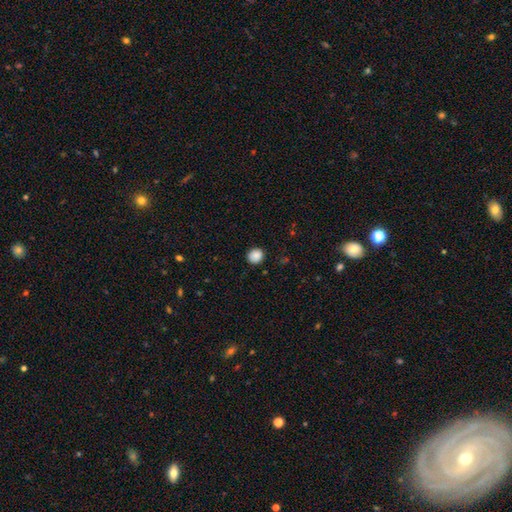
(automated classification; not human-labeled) This appears to be a smooth galaxy with no disk features (88%) that is round (85%). Merging: none (90%).